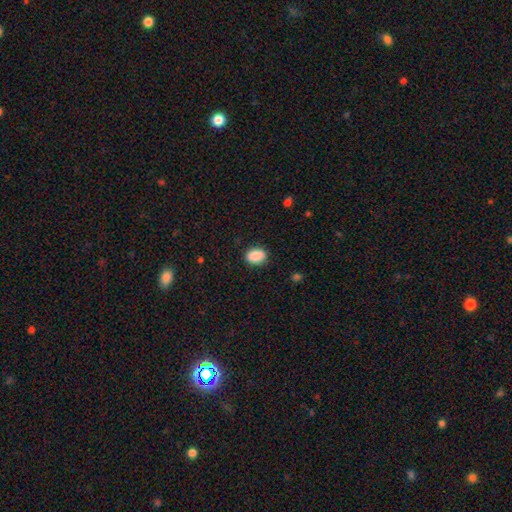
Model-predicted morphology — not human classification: smooth 89%, star or artifact 8%, featured or disk 3%. Down the decision tree: how rounded — in between (81%); merging — none (86%).